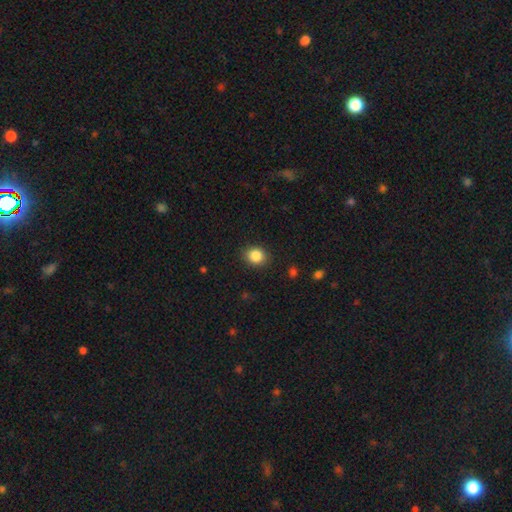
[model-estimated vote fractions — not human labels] Smooth or featured? Predicted: smooth (p=0.85). How rounded? Predicted: round (p=0.72). Merging? Predicted: none (p=0.89).